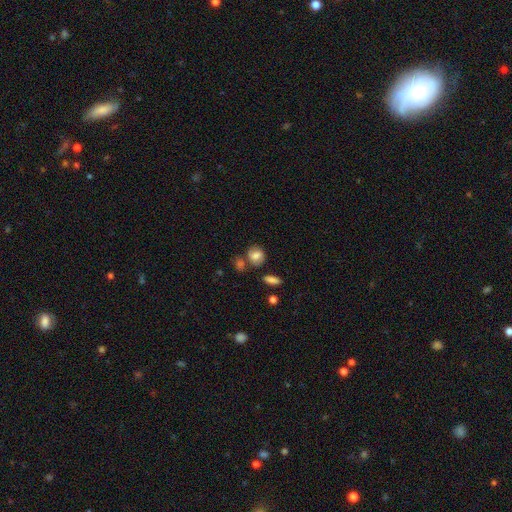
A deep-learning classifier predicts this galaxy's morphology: Smooth or featured: smooth — 78% (featured or disk — 13%)
How rounded: round — 56% (in between — 42%)
Merging: none — 61% (minor disturbance — 17%)